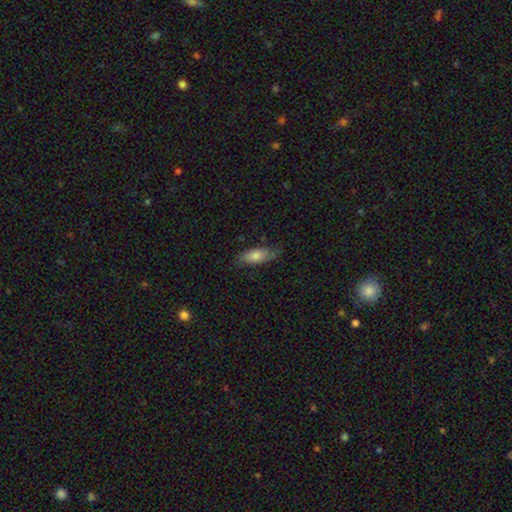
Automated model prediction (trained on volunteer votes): This is likely a smooth galaxy (71%). How rounded: likely in between (70%). Merging: likely none (73%).